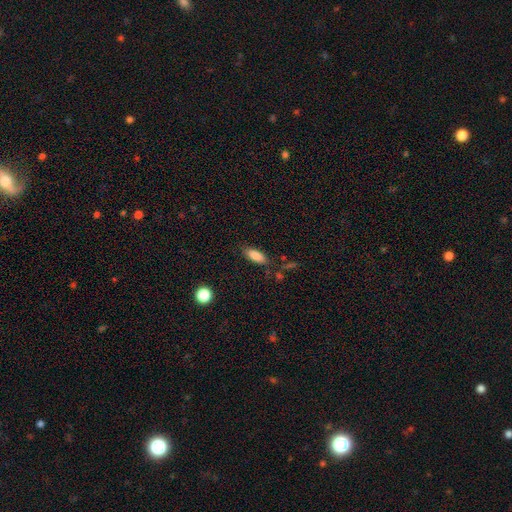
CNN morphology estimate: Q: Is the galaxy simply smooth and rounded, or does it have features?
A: smooth — 85%.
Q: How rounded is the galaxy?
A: in between — 77%.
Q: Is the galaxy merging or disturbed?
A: none — 79%.